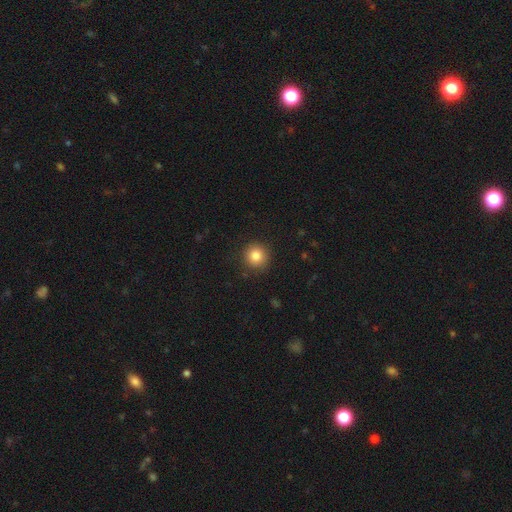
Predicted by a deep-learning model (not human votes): The model was most divided on "smooth or featured": smooth: 83%, star or artifact: 11%, featured or disk: 6%. More confident: how rounded — round (94%); merging — none (89%).